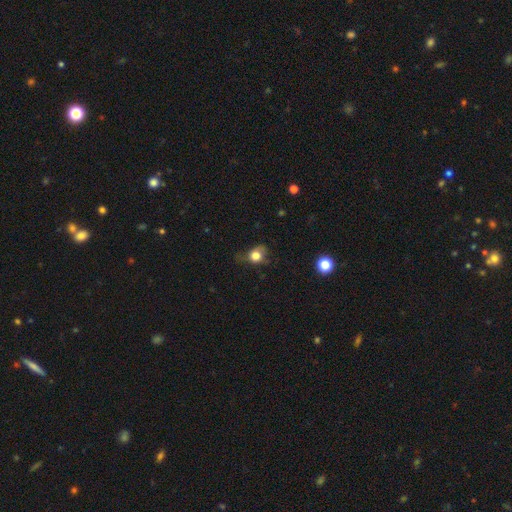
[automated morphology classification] This appears to be a smooth galaxy with no disk features (73%) that is round (69%). Merging: none (41%).